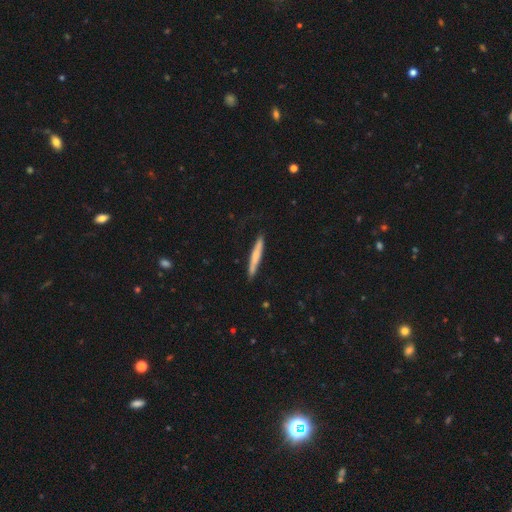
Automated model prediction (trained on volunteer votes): Morphology: type=smooth (61%); roundness=cigar-shaped (96%); merging=none (82%).